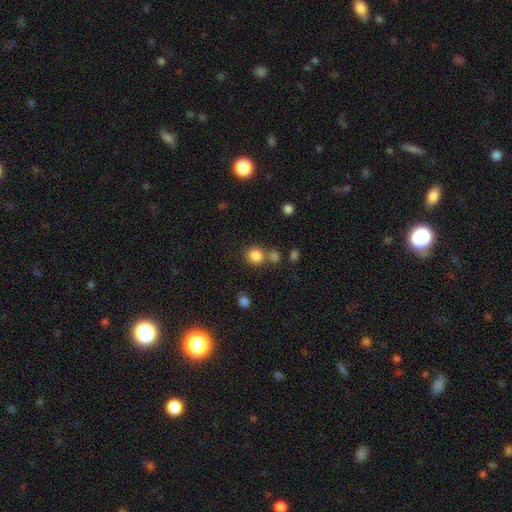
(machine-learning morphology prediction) Smooth or featured? smooth (84%)
How rounded? round (85%)
Merging? none (65%)